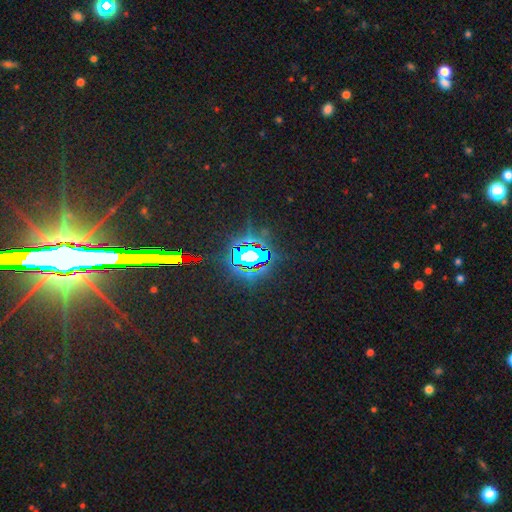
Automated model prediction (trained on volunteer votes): smooth-or-featured: star or artifact: 78% | smooth: 11% | featured or disk: 10%